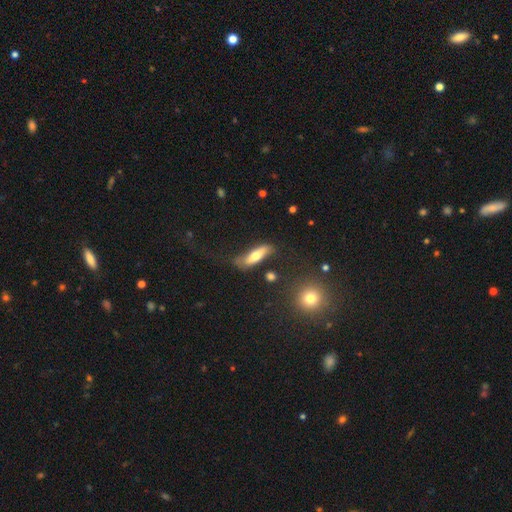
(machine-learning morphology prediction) Overall: smooth (56%; featured or disk 38%). How rounded: cigar-shaped (56%; in between 42%). Merging: none (58%; minor disturbance 26%).